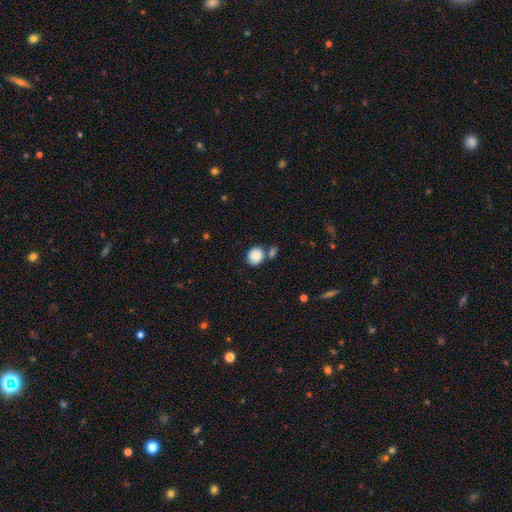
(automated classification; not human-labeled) Overall: smooth (87%). How rounded: round (72%). Merging: none (62%).